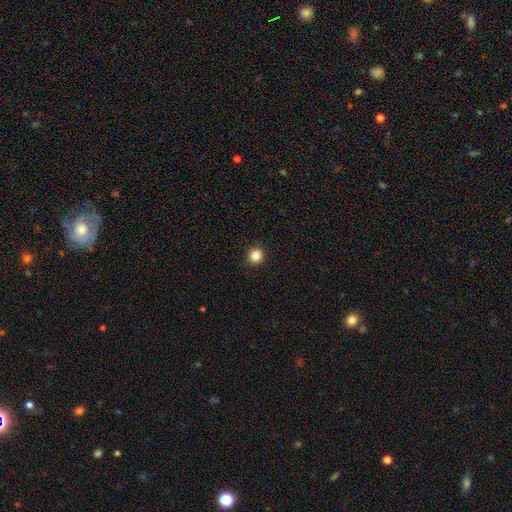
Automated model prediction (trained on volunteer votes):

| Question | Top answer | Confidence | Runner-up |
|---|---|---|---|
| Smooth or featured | smooth | 86% | star or artifact (11%) |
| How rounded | round | 90% | in between (9%) |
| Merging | none | 92% | minor disturbance (6%) |